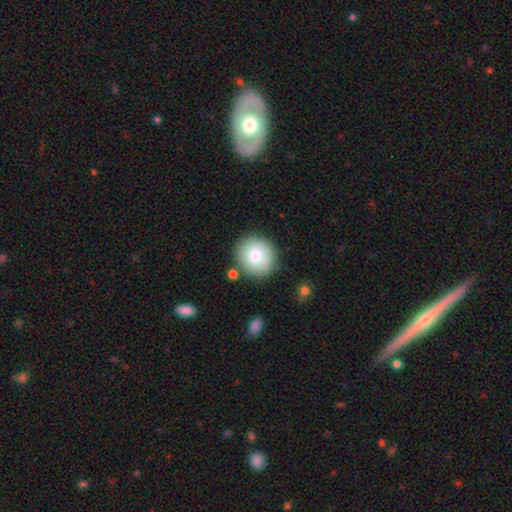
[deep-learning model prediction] This is likely a smooth galaxy (78%). How rounded: clearly round (87%). Merging: clearly none (82%).